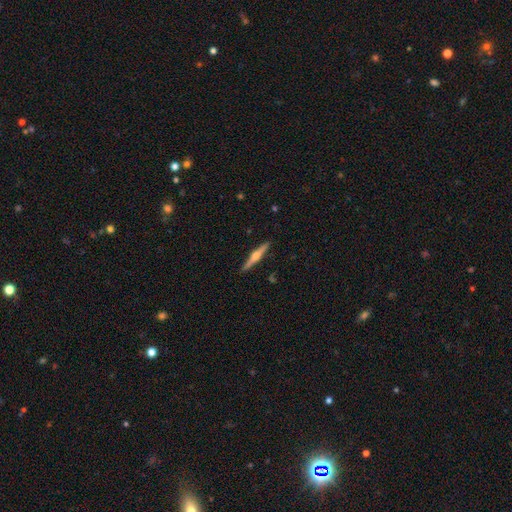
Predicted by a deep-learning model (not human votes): Overall: featured or disk (72%). Edge-on disk: yes (98%). Edge-on bulge: rounded (92%). Merging: none (91%).